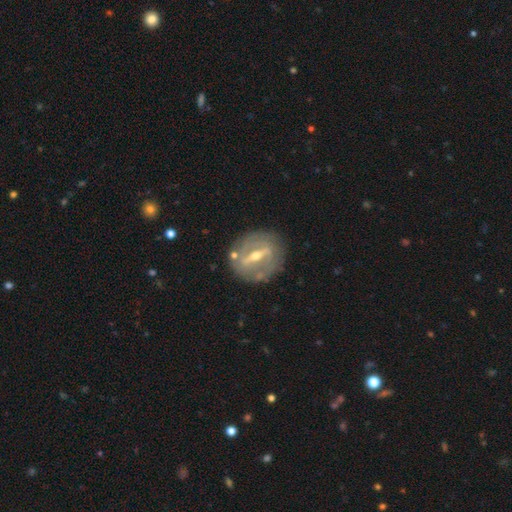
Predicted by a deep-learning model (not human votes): Smooth or featured? featured or disk (79%)
Edge-on disk? no (81%)
Bar? strong (72%)
Spiral arms? no (64%)
Bulge size? moderate (58%)
Merging? none (80%)